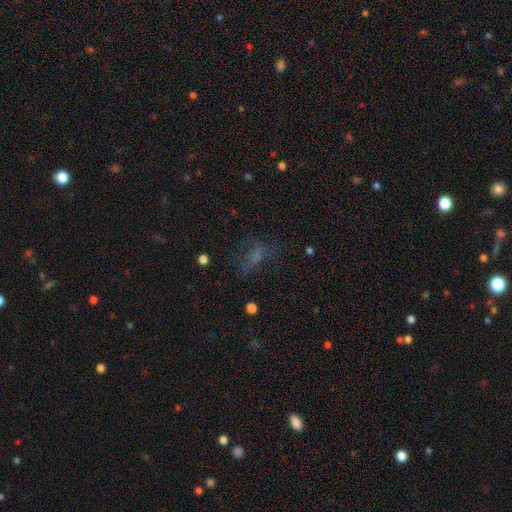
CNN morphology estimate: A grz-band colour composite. It shows a smooth galaxy with no disk features (48%). Merging: none (53%).